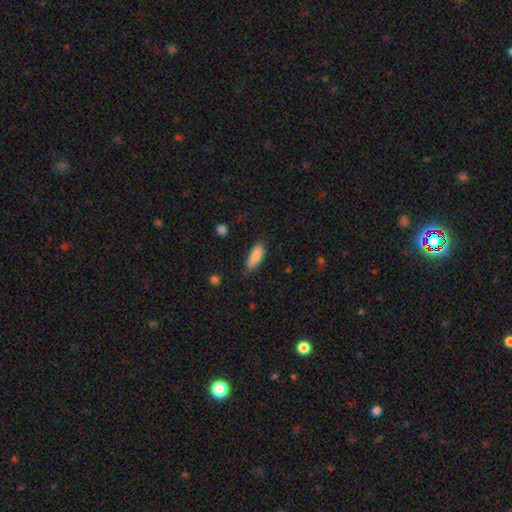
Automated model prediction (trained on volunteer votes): A smooth galaxy with no disk features (87%) that is in between round and cigar-shaped (69%).

Vote fractions:
- Smooth or featured? smooth: 87% / featured or disk: 7% / star or artifact: 6%
- How rounded? in between: 69% / cigar-shaped: 29% / round: 2%
- Merging? none: 75% / minor disturbance: 20% / major disturbance: 4% / merger: 2%